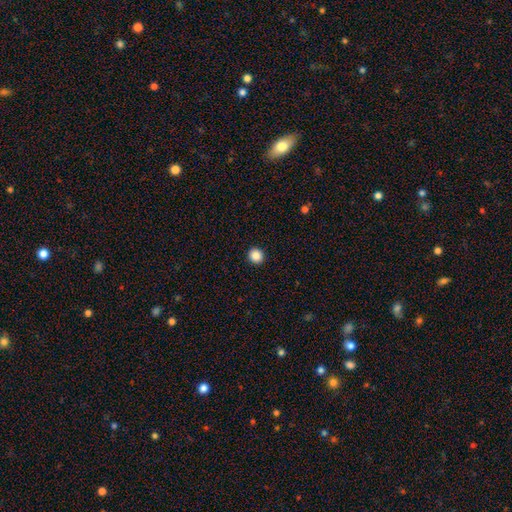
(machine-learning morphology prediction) smooth_or_featured: smooth (p=0.87) [alt: star or artifact p=0.10]
how_rounded: round (p=0.93) [alt: in between p=0.07]
merging: none (p=0.94) [alt: minor disturbance p=0.04]